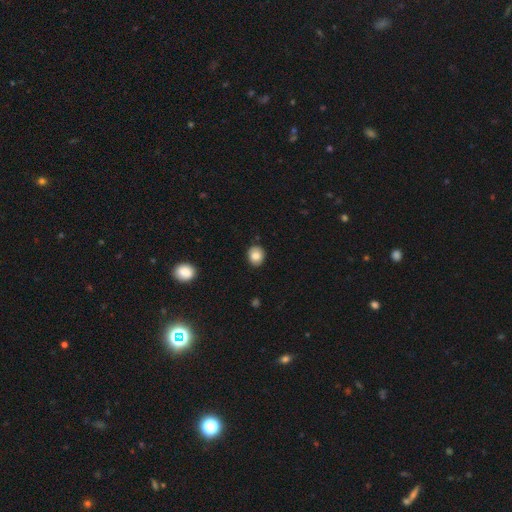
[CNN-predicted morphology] Q: Smooth or featured?
A: smooth (83%); runner-up: star or artifact (9%)
Q: How rounded?
A: round (68%); runner-up: in between (31%)
Q: Merging?
A: none (87%); runner-up: minor disturbance (10%)